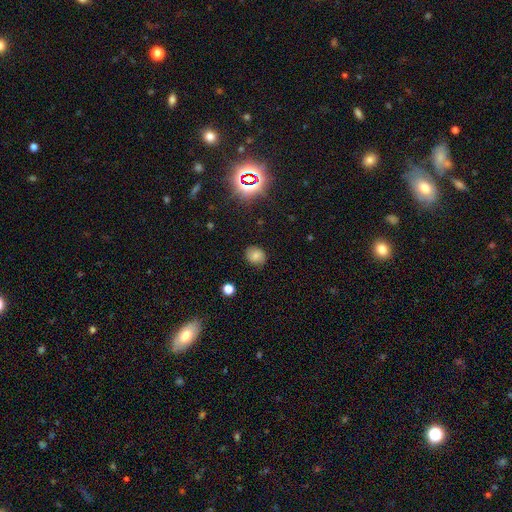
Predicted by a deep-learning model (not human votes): The model was most divided on "how rounded": round: 66%, in between: 33%, cigar-shaped: 1%. More confident: merging — none (84%); smooth or featured — smooth (73%).